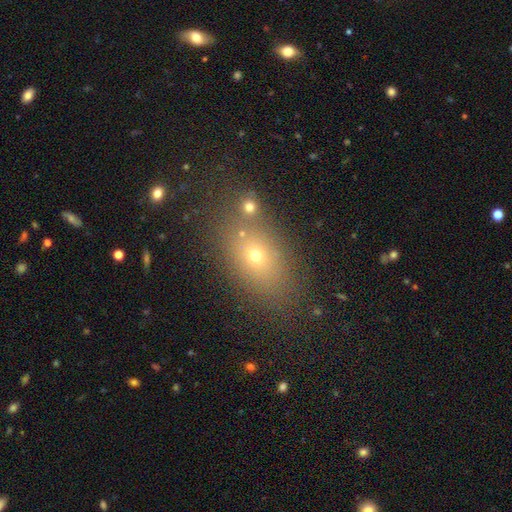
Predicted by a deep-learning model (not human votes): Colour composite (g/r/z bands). It shows a smooth galaxy with no disk features (63%) that is in between round and cigar-shaped (71%). Merging: none (69%).